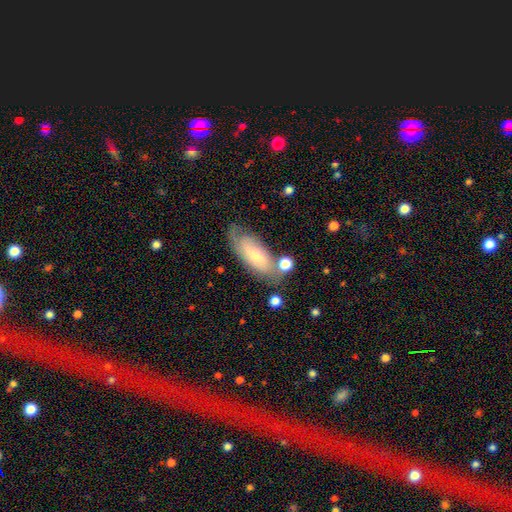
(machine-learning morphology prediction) Overall: smooth (49%; featured or disk 44%). Merging: none (59%; minor disturbance 22%).